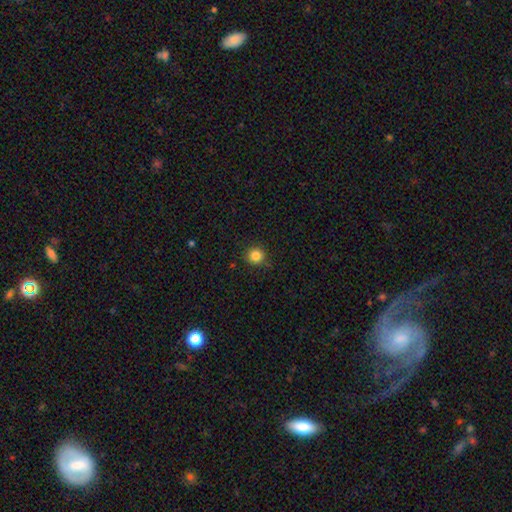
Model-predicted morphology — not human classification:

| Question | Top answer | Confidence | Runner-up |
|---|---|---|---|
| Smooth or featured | smooth | 84% | star or artifact (12%) |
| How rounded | round | 93% | in between (6%) |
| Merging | none | 89% | minor disturbance (8%) |